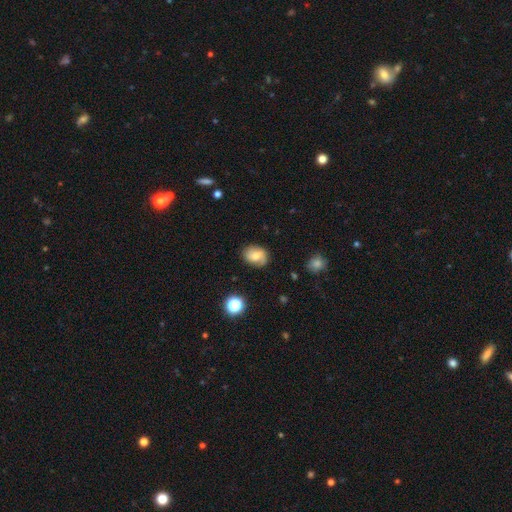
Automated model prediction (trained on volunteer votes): A smooth galaxy with no disk features (57%) that is in between round and cigar-shaped (62%).

Vote fractions:
- Smooth or featured? smooth: 57% / featured or disk: 32% / star or artifact: 10%
- How rounded? in between: 62% / round: 37% / cigar-shaped: 1%
- Merging? none: 73% / minor disturbance: 20% / major disturbance: 5% / merger: 2%